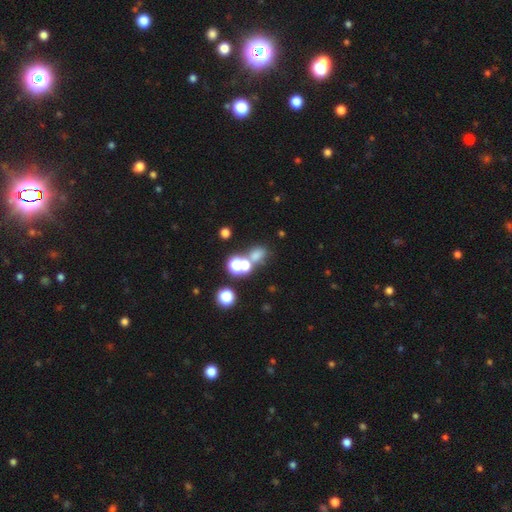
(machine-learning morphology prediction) A smooth galaxy with no disk features (59%) that is round (56%). Merging: none (45%).